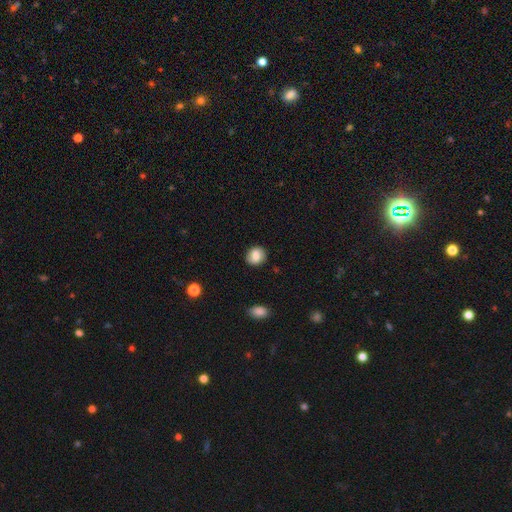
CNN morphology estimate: Overall: smooth (75%). How rounded: round (72%). Merging: none (85%).